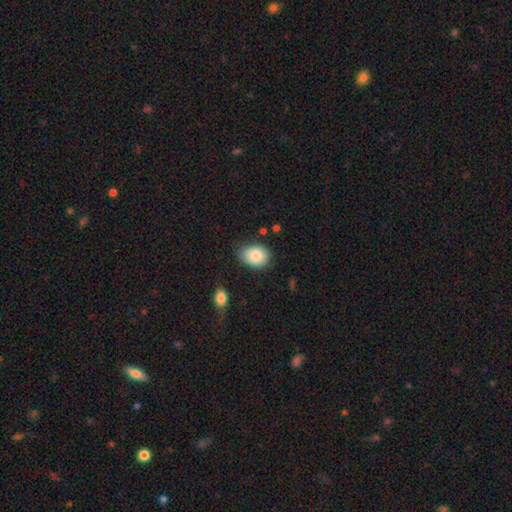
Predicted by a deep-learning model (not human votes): Q: Smooth or featured?
A: smooth (85%); runner-up: featured or disk (8%)
Q: How rounded?
A: in between (73%); runner-up: round (26%)
Q: Merging?
A: none (68%); runner-up: minor disturbance (25%)